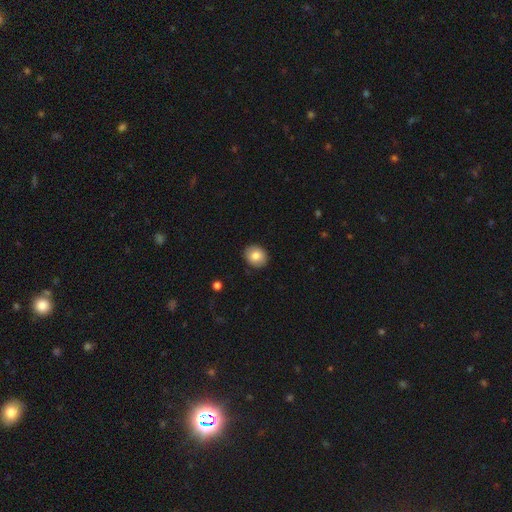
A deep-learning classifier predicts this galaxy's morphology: type=smooth (83%); roundness=round (60%); merging=none (89%).